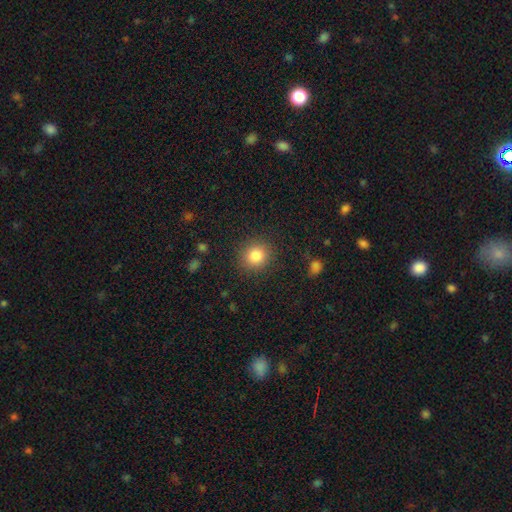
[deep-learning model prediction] smooth_or_featured: smooth (p=0.84) [alt: star or artifact p=0.11]
how_rounded: round (p=0.86) [alt: in between p=0.13]
merging: none (p=0.88) [alt: minor disturbance p=0.08]